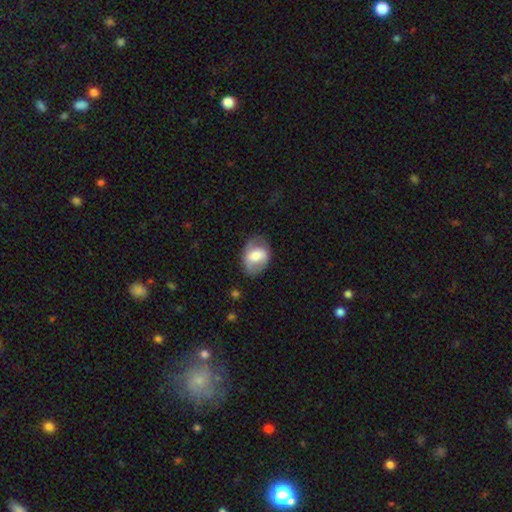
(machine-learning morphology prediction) Smooth or featured: smooth — 53% (featured or disk — 41%)
How rounded: in between — 76% (round — 23%)
Merging: none — 67% (minor disturbance — 21%)